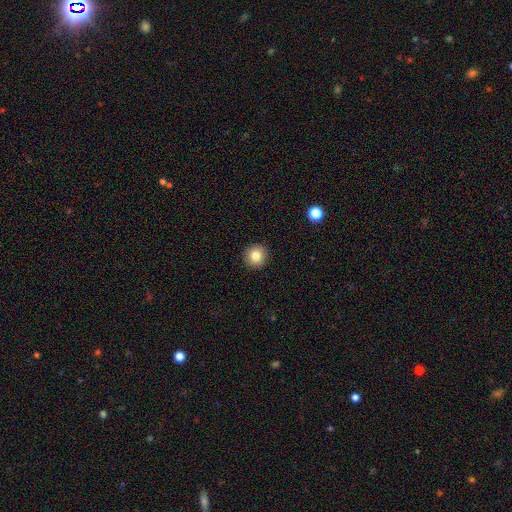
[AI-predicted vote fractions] Q: Smooth or featured?
A: smooth (83%); runner-up: star or artifact (10%)
Q: How rounded?
A: round (94%); runner-up: in between (5%)
Q: Merging?
A: none (93%); runner-up: minor disturbance (5%)